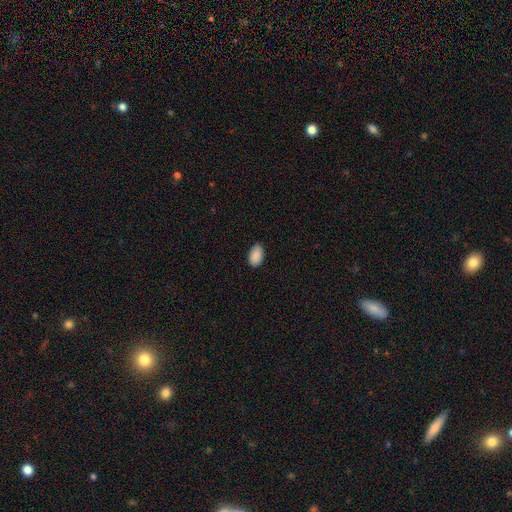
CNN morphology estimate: Smooth or featured? Predicted: smooth (p=0.90). How rounded? Predicted: in between (p=0.94). Merging? Predicted: none (p=0.84).